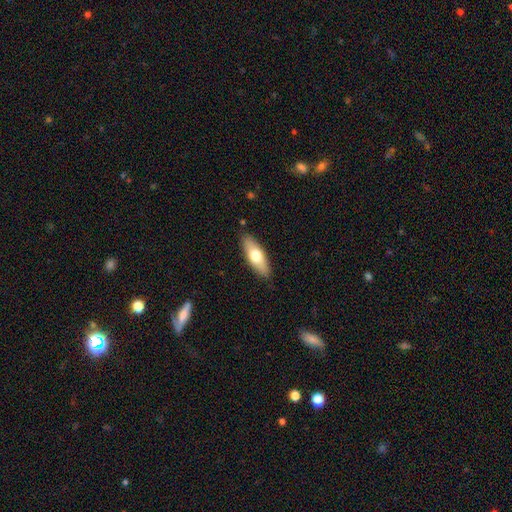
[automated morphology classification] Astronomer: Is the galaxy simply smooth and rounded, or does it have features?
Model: smooth — 63%.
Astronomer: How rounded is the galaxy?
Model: in between — 65%.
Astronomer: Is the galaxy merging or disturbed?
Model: none — 87%.